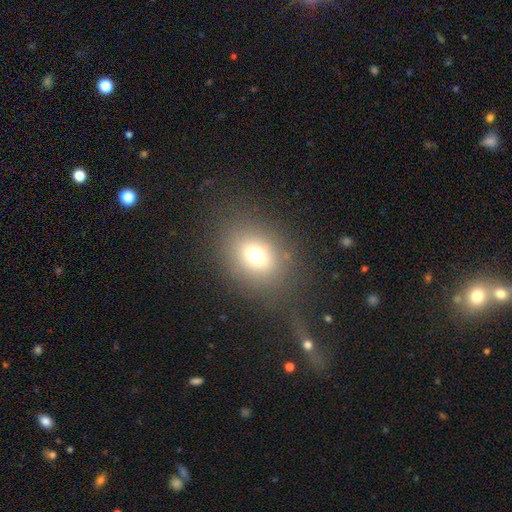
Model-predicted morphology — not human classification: A smooth galaxy with no disk features (71%) that is in between round and cigar-shaped (50%).

Vote fractions:
- Smooth or featured? smooth: 71% / star or artifact: 16% / featured or disk: 14%
- How rounded? in between: 50% / round: 49% / cigar-shaped: 1%
- Merging? none: 76% / minor disturbance: 12% / major disturbance: 9% / merger: 3%